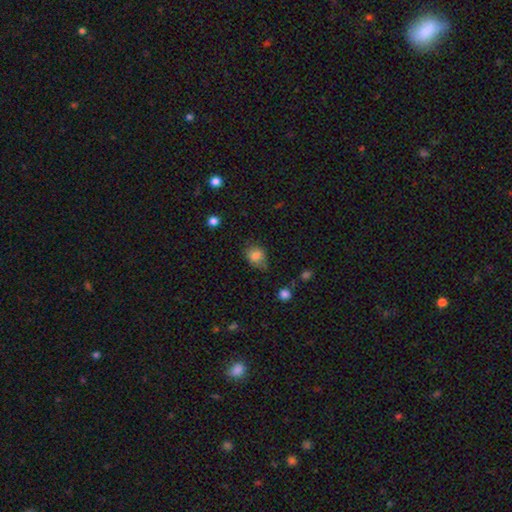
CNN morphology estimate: smooth_or_featured: smooth (p=0.79) [alt: star or artifact p=0.11]
how_rounded: round (p=0.53) [alt: in between p=0.45]
merging: none (p=0.62) [alt: minor disturbance p=0.28]